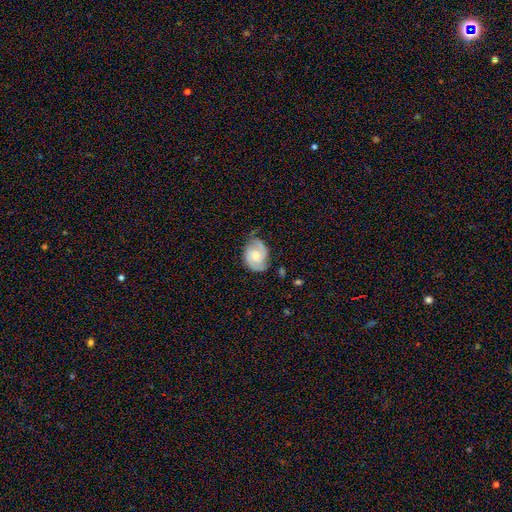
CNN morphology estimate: Q: Smooth or featured?
A: featured or disk (77%); runner-up: smooth (17%)
Q: Edge-on disk?
A: no (97%); runner-up: yes (3%)
Q: Bar?
A: no (57%); runner-up: weak (36%)
Q: Spiral arms?
A: yes (95%); runner-up: no (5%)
Q: Spiral winding?
A: medium (46%); runner-up: tight (40%)
Q: Spiral arm count?
A: 2 (79%); runner-up: can't tell (8%)
Q: Bulge size?
A: moderate (50%); runner-up: small (40%)
Q: Merging?
A: none (63%); runner-up: minor disturbance (26%)